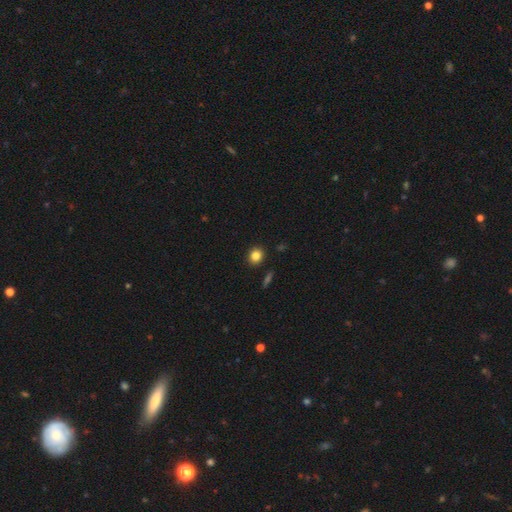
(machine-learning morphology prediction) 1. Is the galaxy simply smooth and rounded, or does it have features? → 84% smooth, 11% star or artifact, 5% featured or disk.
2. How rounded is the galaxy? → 80% round, 19% in between, 1% cigar-shaped.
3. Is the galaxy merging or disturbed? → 91% none, 6% minor disturbance, 2% major disturbance, 2% merger.